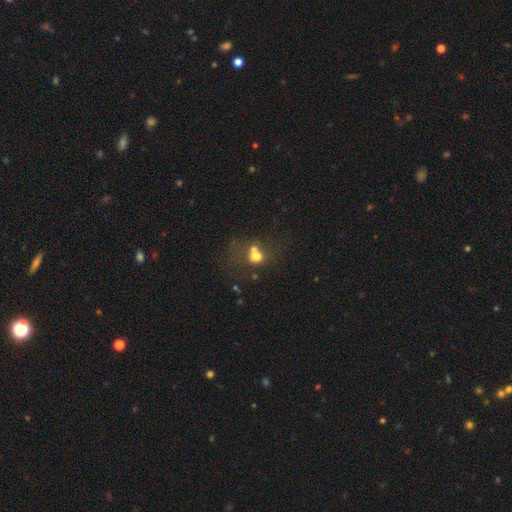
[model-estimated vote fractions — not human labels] smooth_or_featured: smooth (p=0.60) [alt: featured or disk p=0.23]
how_rounded: round (p=0.63) [alt: in between p=0.36]
merging: merger (p=0.54) [alt: none p=0.28]